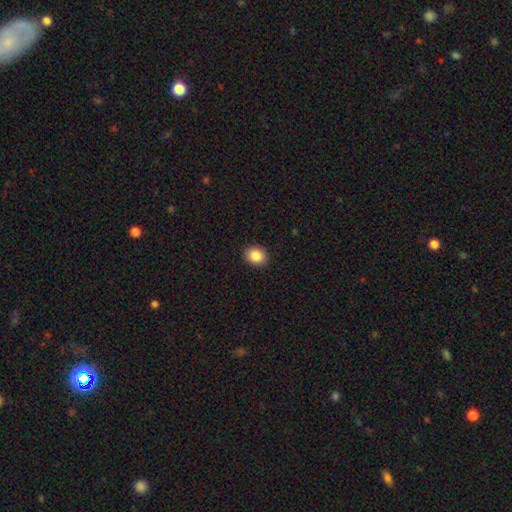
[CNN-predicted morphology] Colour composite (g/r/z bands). It shows a smooth galaxy with no disk features (86%) that is round (65%). Merging: none (91%).